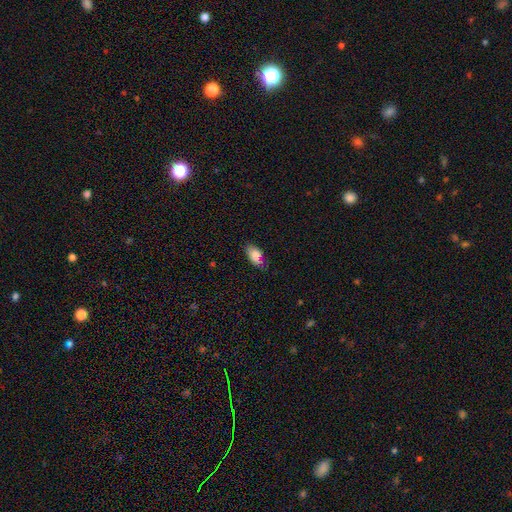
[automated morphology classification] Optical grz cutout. It shows a smooth galaxy with no disk features (80%) that is in between round and cigar-shaped (90%). Merging: none (66%).